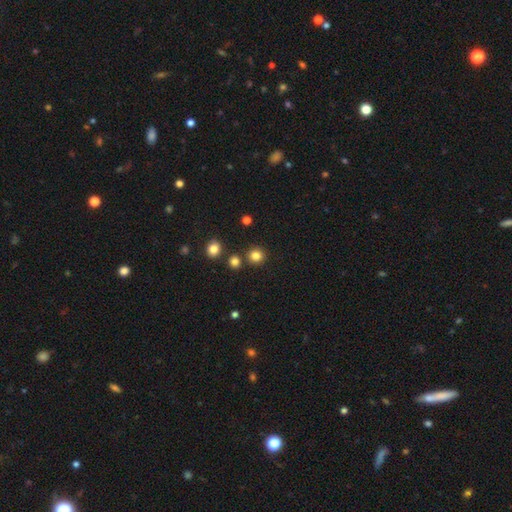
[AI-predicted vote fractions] Overall: smooth (82%). How rounded: round (92%). Merging: none (84%).